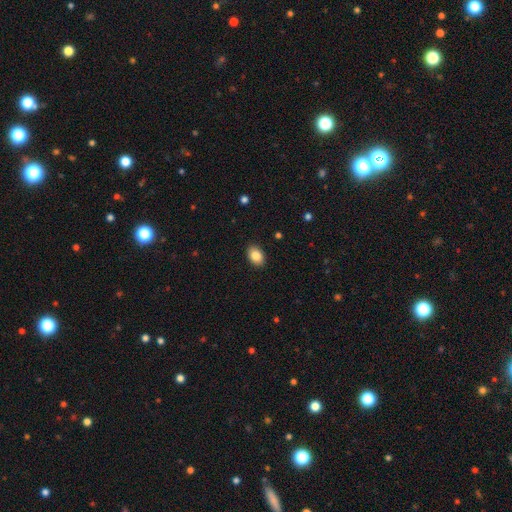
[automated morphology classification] smooth 86%, star or artifact 8%, featured or disk 6%. Down the decision tree: how rounded — in between (82%); merging — none (90%).